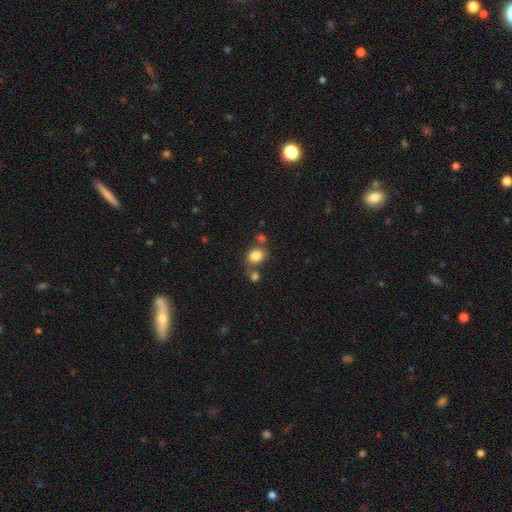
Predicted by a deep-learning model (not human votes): Q: Smooth or featured?
A: smooth (82%); runner-up: star or artifact (10%)
Q: How rounded?
A: round (52%); runner-up: in between (47%)
Q: Merging?
A: none (53%); runner-up: merger (26%)